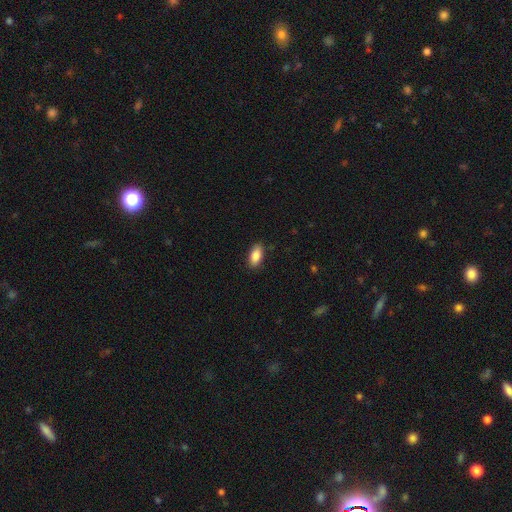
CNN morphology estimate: This is clearly a smooth galaxy (88%). How rounded: clearly in between (91%). Merging: clearly none (86%).